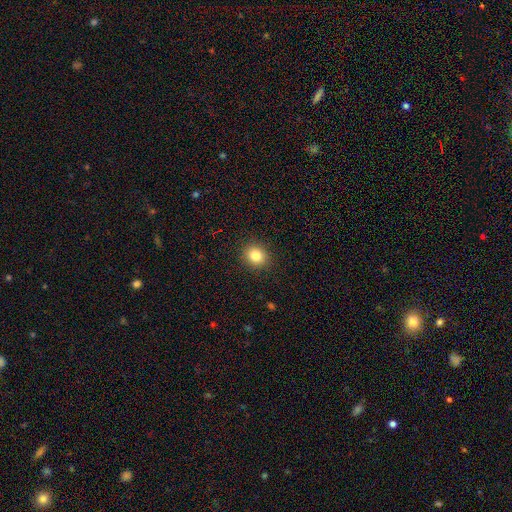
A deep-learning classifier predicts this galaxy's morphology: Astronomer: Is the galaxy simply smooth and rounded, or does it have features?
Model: smooth — 83%.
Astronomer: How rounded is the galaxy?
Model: round — 76%.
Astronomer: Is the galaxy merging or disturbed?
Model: none — 91%.